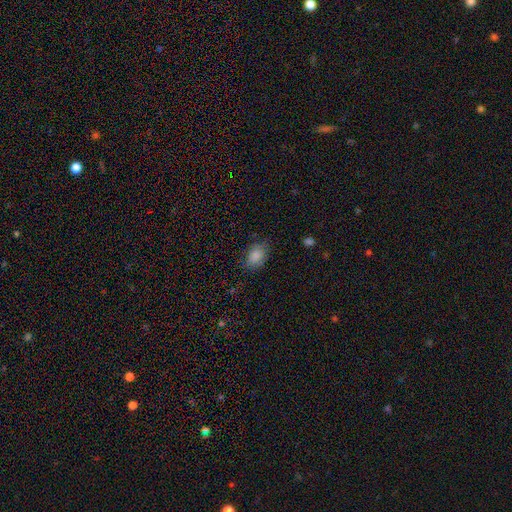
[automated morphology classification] Overall: smooth (86%). How rounded: in between (84%). Merging: none (75%).